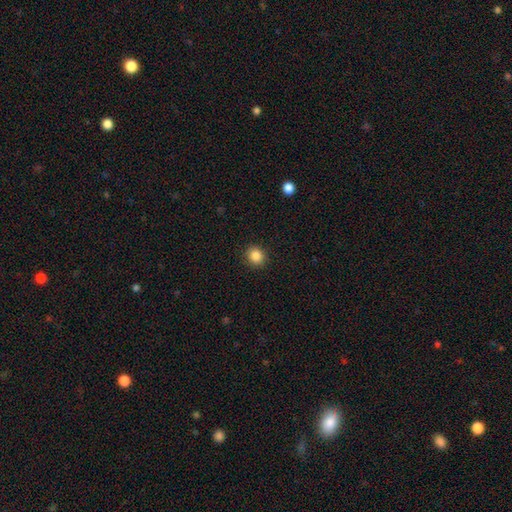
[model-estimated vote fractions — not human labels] Smooth or featured? Predicted: smooth (p=0.86). How rounded? Predicted: round (p=0.84). Merging? Predicted: none (p=0.91).